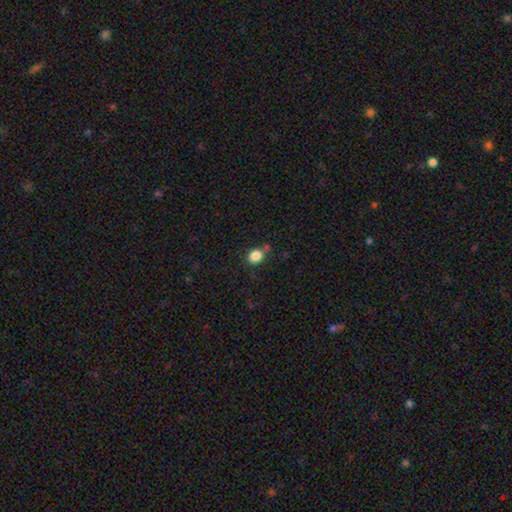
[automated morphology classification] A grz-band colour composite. It shows a smooth galaxy with no disk features (84%) that is round (67%). Merging: none (68%).